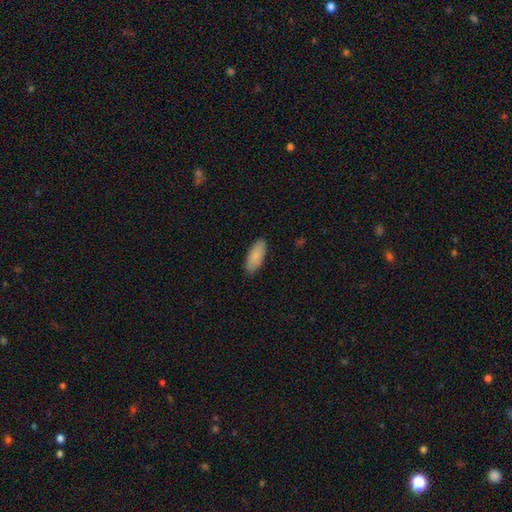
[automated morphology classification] Overall: smooth (88%). How rounded: in between (83%). Merging: none (88%).